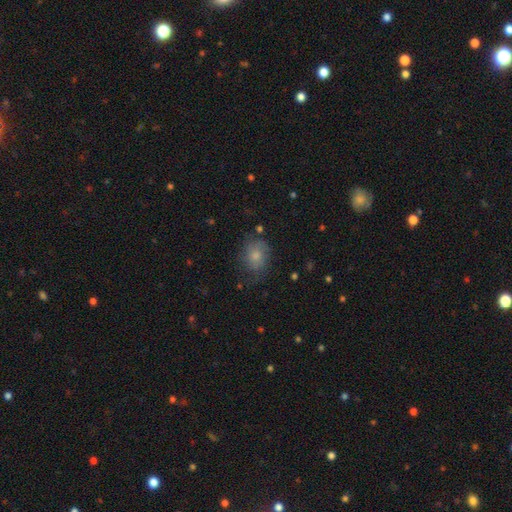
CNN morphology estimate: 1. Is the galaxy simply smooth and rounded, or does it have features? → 69% smooth, 21% featured or disk, 10% star or artifact.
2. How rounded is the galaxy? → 50% round, 49% in between, 1% cigar-shaped.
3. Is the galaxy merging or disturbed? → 61% none, 26% minor disturbance, 11% major disturbance, 2% merger.